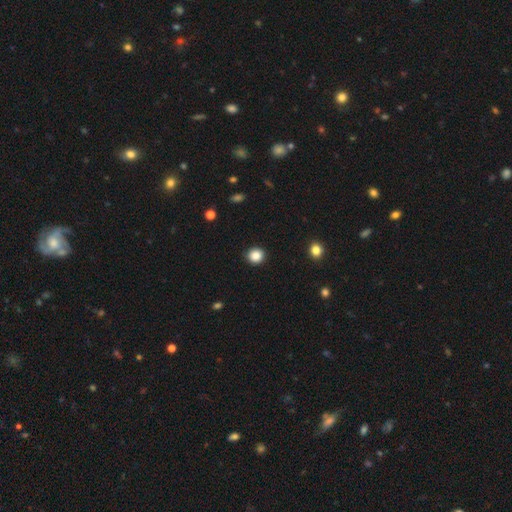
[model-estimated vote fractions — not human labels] This is clearly a smooth galaxy (86%). How rounded: clearly round (89%). Merging: clearly none (92%).